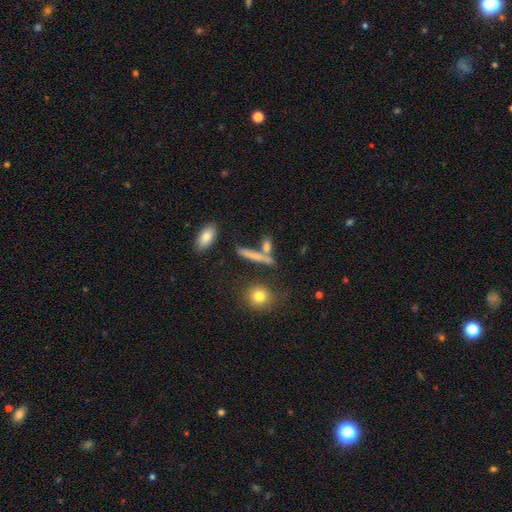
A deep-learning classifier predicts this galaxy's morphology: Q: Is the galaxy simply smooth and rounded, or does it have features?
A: smooth — 63%.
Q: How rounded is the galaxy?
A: cigar-shaped — 71%.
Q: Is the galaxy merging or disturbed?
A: none — 63%.